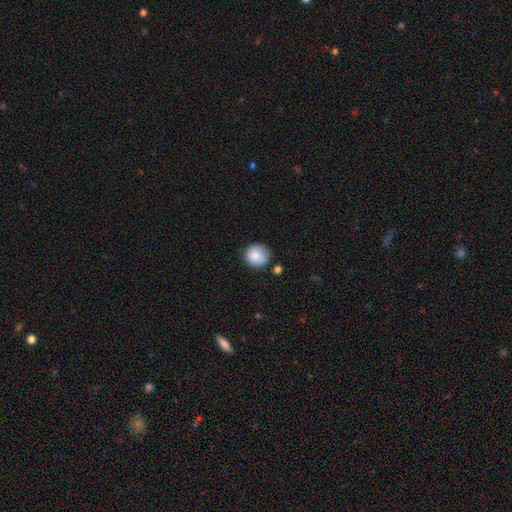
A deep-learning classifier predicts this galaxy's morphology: smooth-or-featured: smooth: 86% | star or artifact: 8% | featured or disk: 6%
  how-rounded: round: 93% | in between: 7% | cigar-shaped: 1%
  merging: none: 78% | minor disturbance: 14% | merger: 5% | major disturbance: 3%